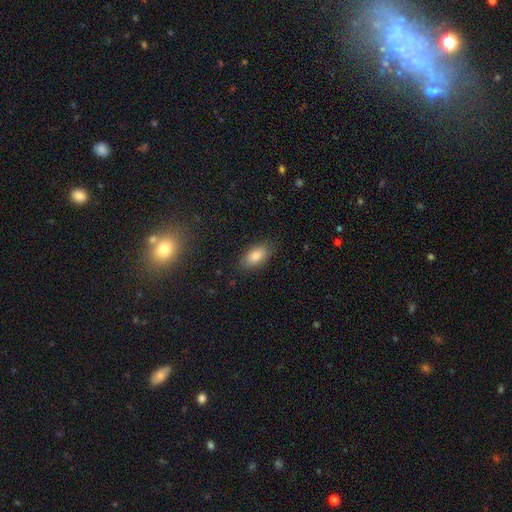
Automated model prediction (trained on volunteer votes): Smooth or featured: smooth — 83% (featured or disk — 9%)
How rounded: in between — 91% (cigar-shaped — 5%)
Merging: none — 85% (minor disturbance — 11%)